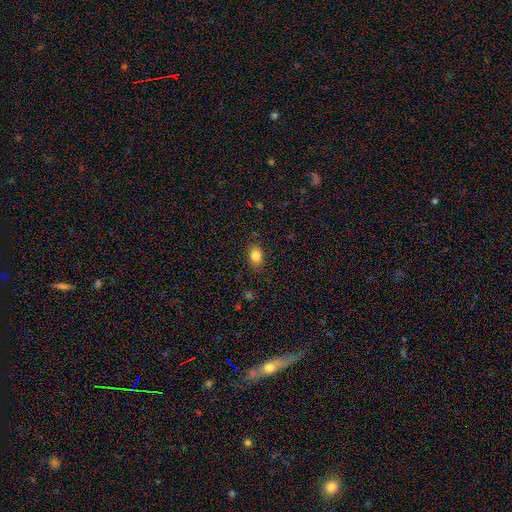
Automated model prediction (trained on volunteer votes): A smooth galaxy with no disk features (83%) that is in between round and cigar-shaped (70%).

Vote fractions:
- Smooth or featured? smooth: 83% / star or artifact: 10% / featured or disk: 7%
- How rounded? in between: 70% / round: 29% / cigar-shaped: 1%
- Merging? none: 86% / minor disturbance: 10% / major disturbance: 3% / merger: 1%